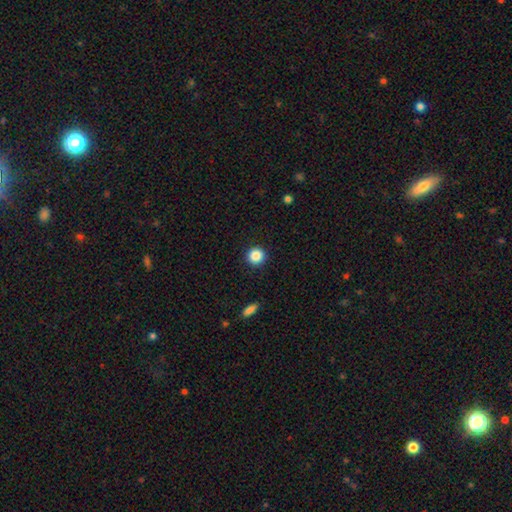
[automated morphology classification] Overall: smooth (86%). How rounded: round (94%). Merging: none (91%).